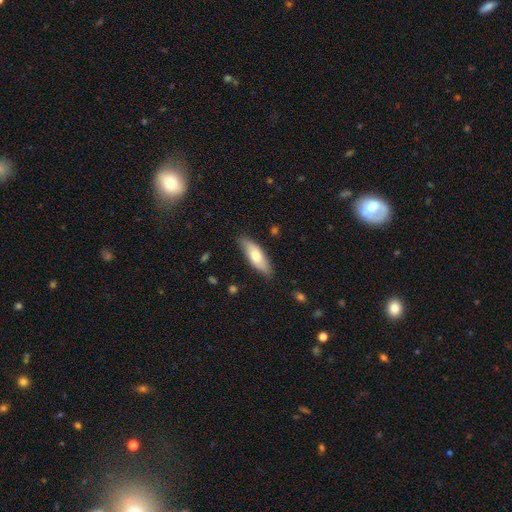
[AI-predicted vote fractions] Q: Smooth or featured?
A: smooth (66%); runner-up: featured or disk (28%)
Q: How rounded?
A: in between (63%); runner-up: cigar-shaped (34%)
Q: Merging?
A: none (84%); runner-up: minor disturbance (13%)